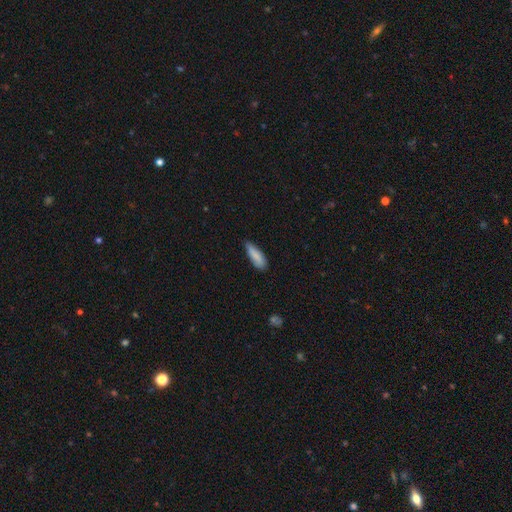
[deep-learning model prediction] Smooth or featured?
  - smooth: 85% *
  - featured or disk: 9%
  - star or artifact: 6%
How rounded?
  - in between: 52% *
  - cigar-shaped: 46%
  - round: 2%
Merging?
  - none: 63% *
  - minor disturbance: 31%
  - major disturbance: 4%
  - merger: 2%